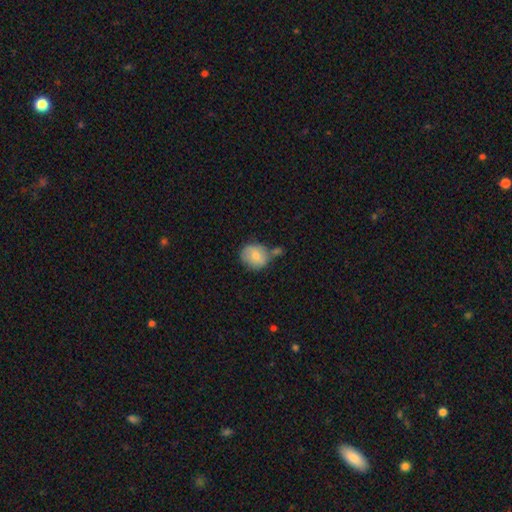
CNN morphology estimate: A smooth galaxy with no disk features (77%) that is round (72%). Merging: none (51%).